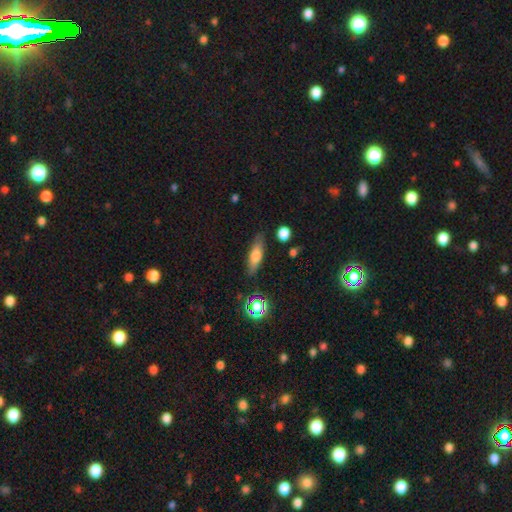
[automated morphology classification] smooth-or-featured: smooth: 64% | featured or disk: 27% | star or artifact: 9%
  how-rounded: cigar-shaped: 50% | in between: 46% | round: 4%
  merging: none: 83% | minor disturbance: 12% | major disturbance: 3% | merger: 2%